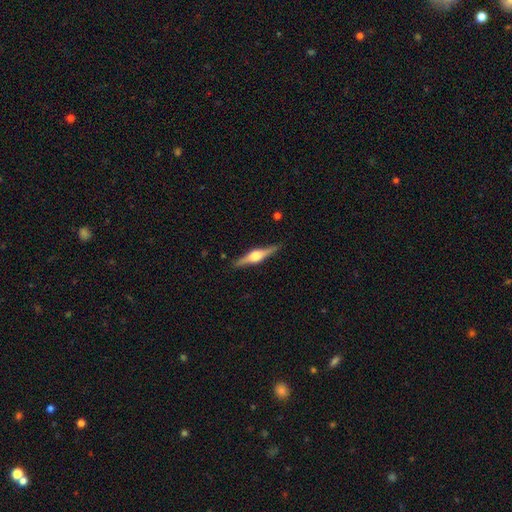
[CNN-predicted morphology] smooth-or-featured: featured or disk: 79% | smooth: 16% | star or artifact: 5%
  disk-edge-on: yes: 98% | no: 2%
    edge-on-bulge: rounded: 92% | boxy: 6% | none: 2%
  merging: none: 89% | minor disturbance: 8% | major disturbance: 2% | merger: 1%